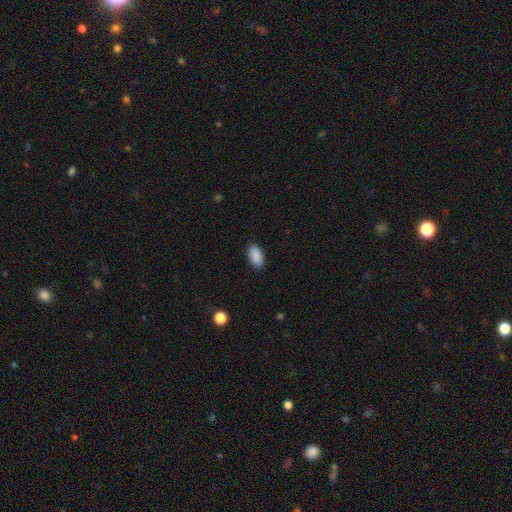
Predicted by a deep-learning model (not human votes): A smooth galaxy with no disk features (90%) that is in between round and cigar-shaped (95%).

Vote fractions:
- Smooth or featured? smooth: 90% / star or artifact: 7% / featured or disk: 3%
- How rounded? in between: 95% / round: 3% / cigar-shaped: 2%
- Merging? none: 89% / minor disturbance: 8% / major disturbance: 2% / merger: 1%